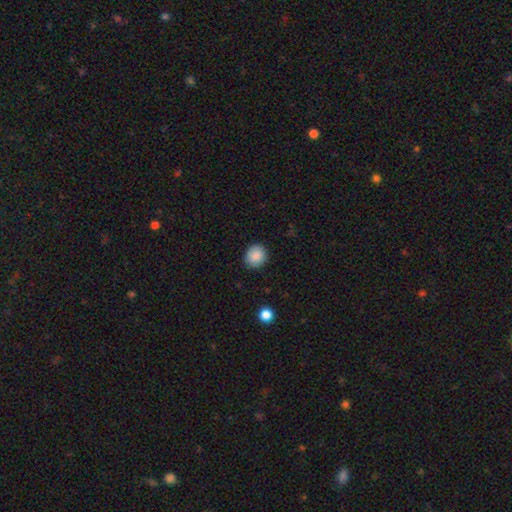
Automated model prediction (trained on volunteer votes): This is clearly a smooth galaxy (88%). How rounded: clearly round (85%). Merging: clearly none (89%).